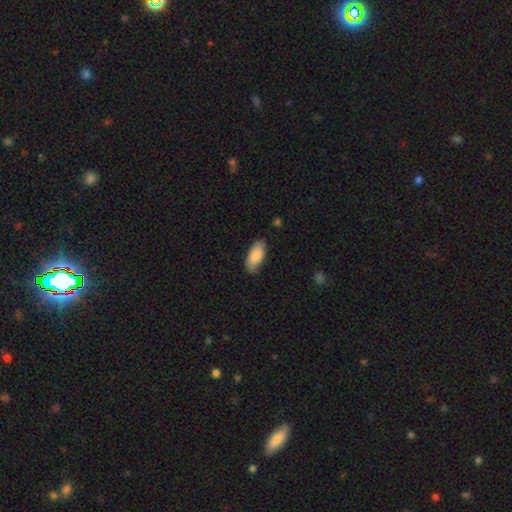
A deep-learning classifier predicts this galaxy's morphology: The model was most divided on "merging": none: 77%, minor disturbance: 19%, major disturbance: 3%, merger: 1%. More confident: how rounded — in between (89%); smooth or featured — smooth (87%).